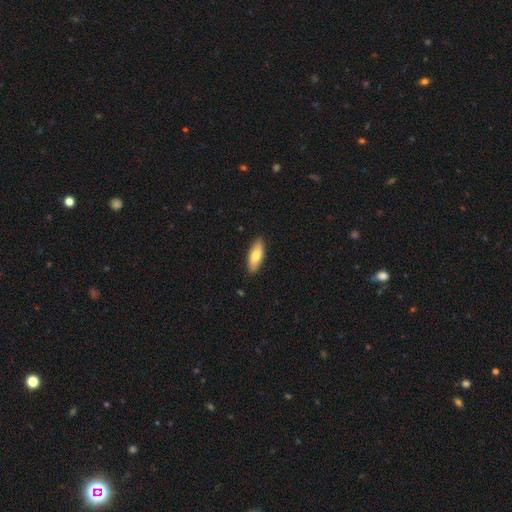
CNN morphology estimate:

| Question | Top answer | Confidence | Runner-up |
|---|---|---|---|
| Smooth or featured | smooth | 74% | featured or disk (21%) |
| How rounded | in between | 71% | cigar-shaped (27%) |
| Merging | none | 87% | minor disturbance (10%) |